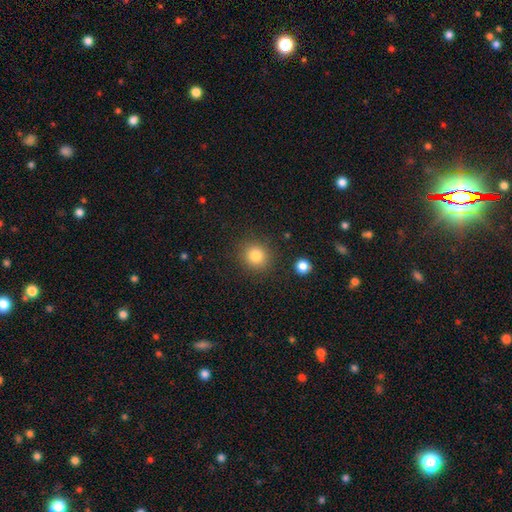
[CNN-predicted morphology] This is clearly a smooth galaxy (83%). How rounded: clearly round (88%). Merging: clearly none (87%).